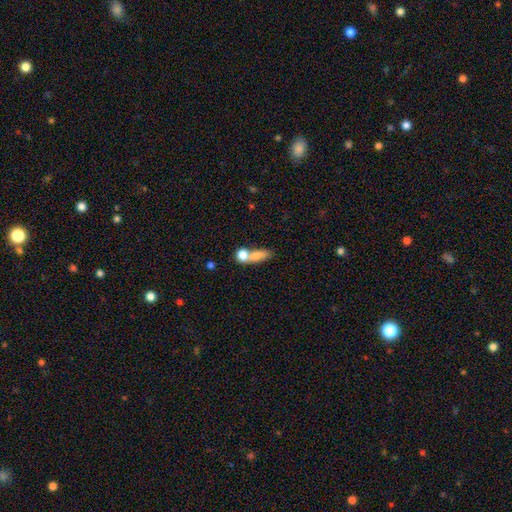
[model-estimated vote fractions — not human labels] This is likely a smooth galaxy (75%). How rounded: marginally in between (44%). Merging: possibly merger (45%).